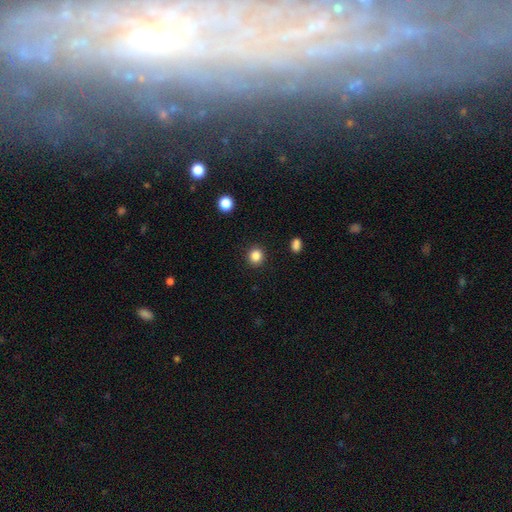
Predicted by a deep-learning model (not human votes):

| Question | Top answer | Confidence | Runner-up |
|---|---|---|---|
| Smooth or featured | smooth | 85% | star or artifact (11%) |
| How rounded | round | 89% | in between (10%) |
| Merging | none | 91% | minor disturbance (5%) |